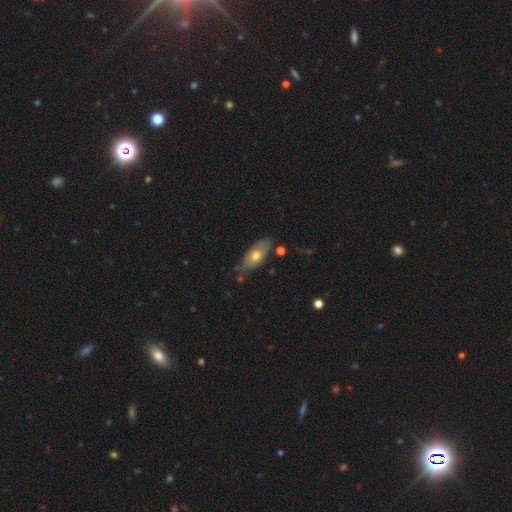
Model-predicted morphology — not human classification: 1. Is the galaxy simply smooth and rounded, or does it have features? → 65% smooth, 29% featured or disk, 7% star or artifact.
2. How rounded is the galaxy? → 82% in between, 14% cigar-shaped, 4% round.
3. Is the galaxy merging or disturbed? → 71% none, 20% minor disturbance, 5% merger, 4% major disturbance.